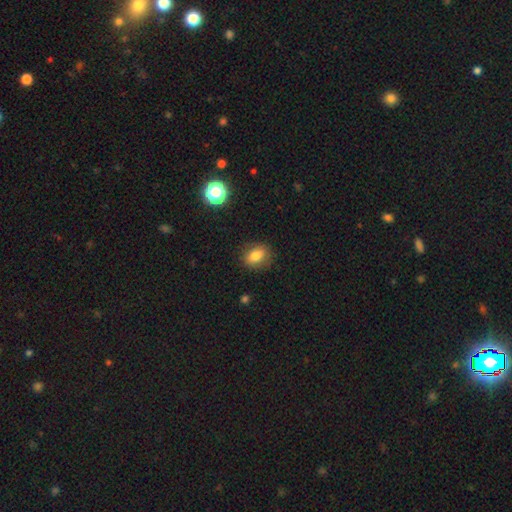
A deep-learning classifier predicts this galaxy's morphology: This is likely a smooth galaxy (77%). How rounded: likely in between (65%). Merging: clearly none (84%).